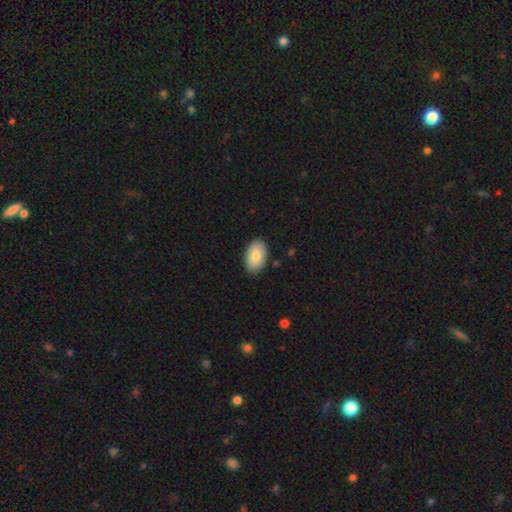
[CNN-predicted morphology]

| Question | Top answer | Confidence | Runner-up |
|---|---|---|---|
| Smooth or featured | smooth | 83% | featured or disk (11%) |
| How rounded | in between | 94% | round (5%) |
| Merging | none | 88% | minor disturbance (9%) |